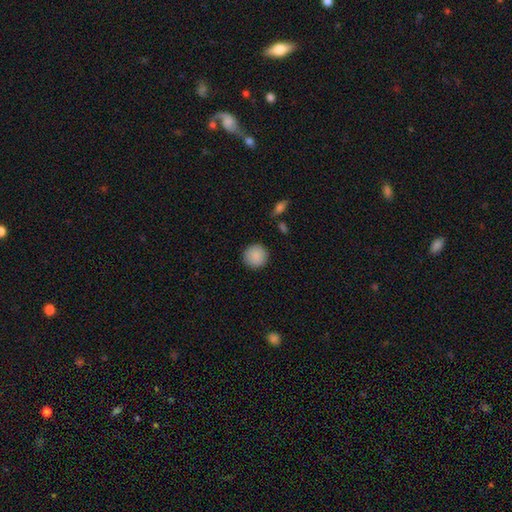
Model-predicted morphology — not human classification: This is clearly a smooth galaxy (89%). How rounded: clearly round (95%). Merging: clearly none (91%).